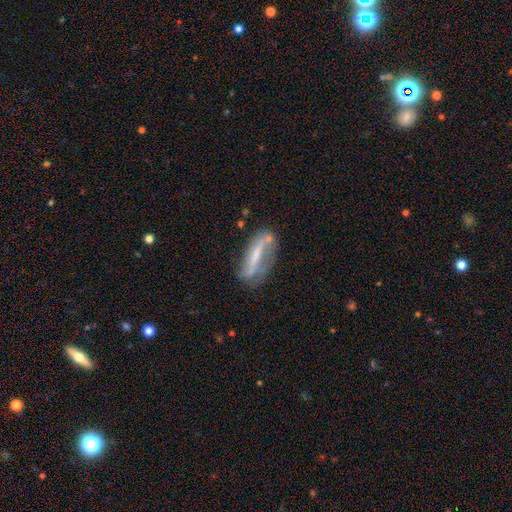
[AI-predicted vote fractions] This appears to be a featured or disk galaxy (57%). Merging: none (52%).